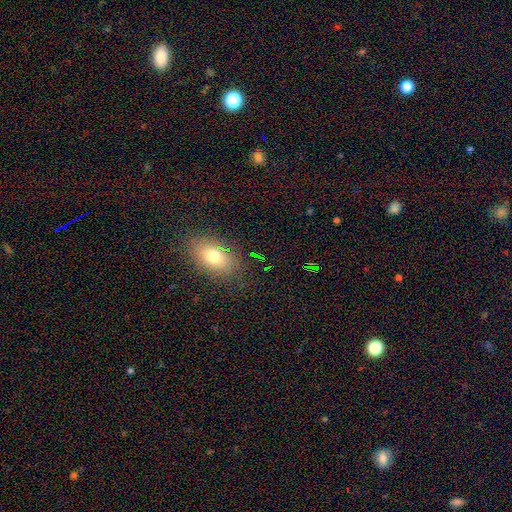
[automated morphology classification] smooth 54%, star or artifact 33%, featured or disk 13%. Down the decision tree: how rounded — in between (61%); merging — none (83%).